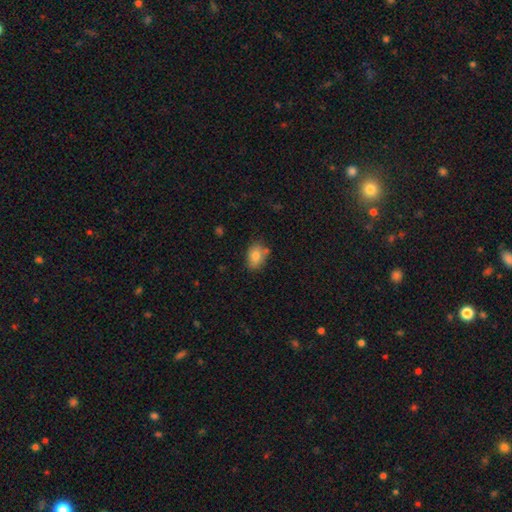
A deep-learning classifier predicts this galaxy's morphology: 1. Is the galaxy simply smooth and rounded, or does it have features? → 80% smooth, 11% featured or disk, 9% star or artifact.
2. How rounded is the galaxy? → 71% in between, 28% round, 1% cigar-shaped.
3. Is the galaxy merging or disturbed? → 72% none, 19% minor disturbance, 6% merger, 4% major disturbance.